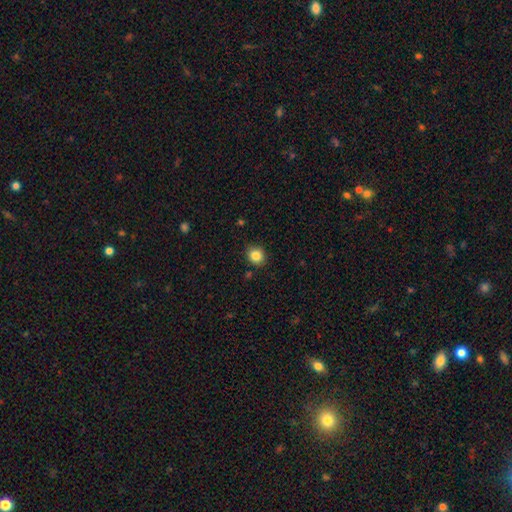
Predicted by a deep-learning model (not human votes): This is clearly a smooth galaxy (84%). How rounded: likely round (79%). Merging: clearly none (88%).